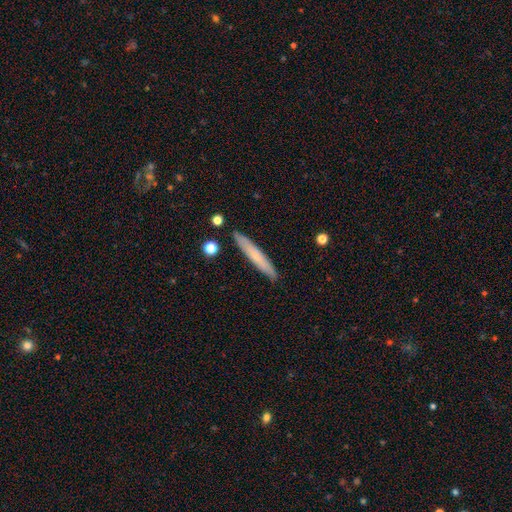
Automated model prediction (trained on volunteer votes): A smooth galaxy with no disk features (63%) that is cigar-shaped (94%). Merging: none (89%).